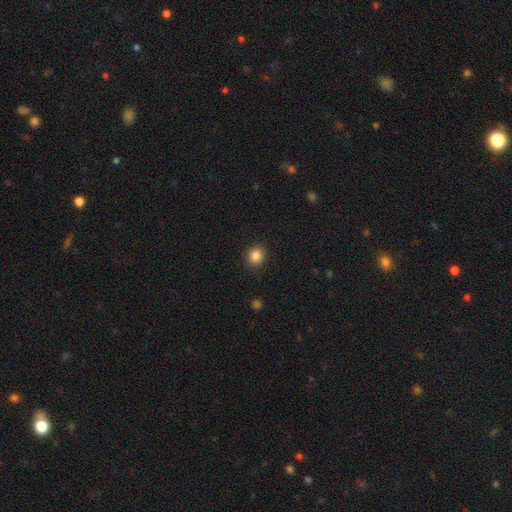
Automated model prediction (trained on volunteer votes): Q: Smooth or featured?
A: smooth (86%); runner-up: star or artifact (10%)
Q: How rounded?
A: round (82%); runner-up: in between (18%)
Q: Merging?
A: none (90%); runner-up: minor disturbance (7%)